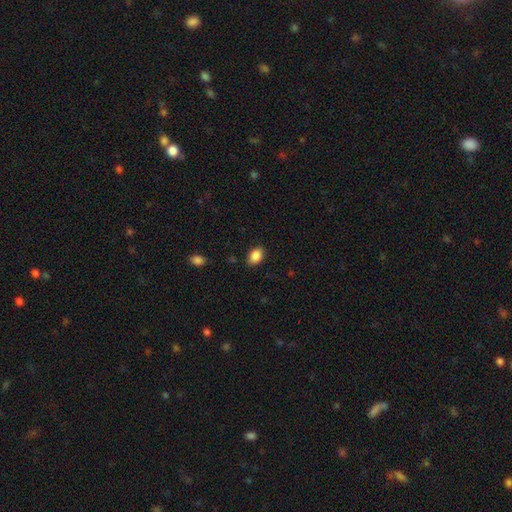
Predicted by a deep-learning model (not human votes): This is clearly a smooth galaxy (88%). How rounded: clearly in between (81%). Merging: clearly none (85%).